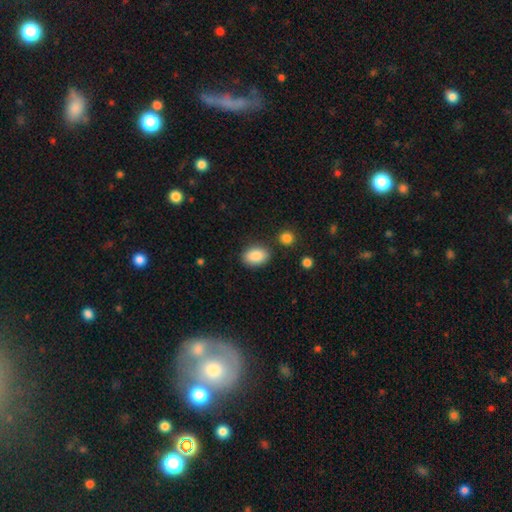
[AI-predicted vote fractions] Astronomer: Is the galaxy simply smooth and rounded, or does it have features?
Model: smooth — 88%.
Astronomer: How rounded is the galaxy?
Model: in between — 86%.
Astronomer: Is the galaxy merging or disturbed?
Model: none — 81%.